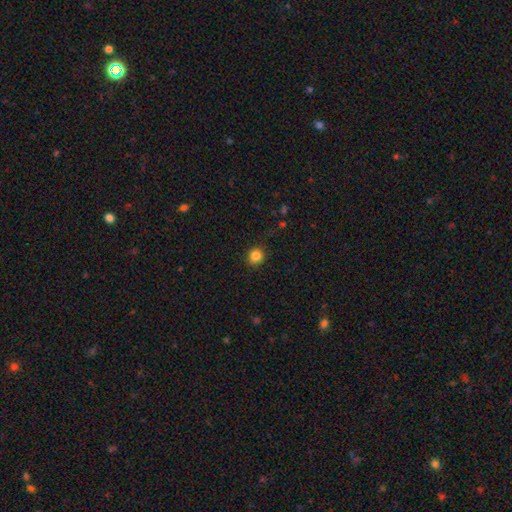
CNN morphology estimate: This is clearly a smooth galaxy (84%). How rounded: clearly round (90%). Merging: clearly none (89%).